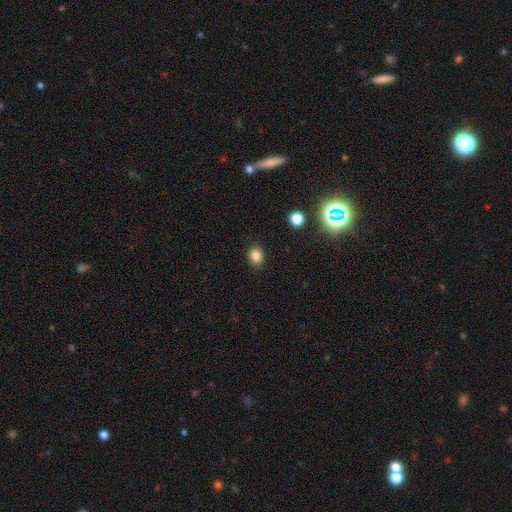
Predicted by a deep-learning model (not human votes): Smooth or featured: smooth — 84% (star or artifact — 12%)
How rounded: round — 60% (in between — 39%)
Merging: none — 88% (minor disturbance — 9%)